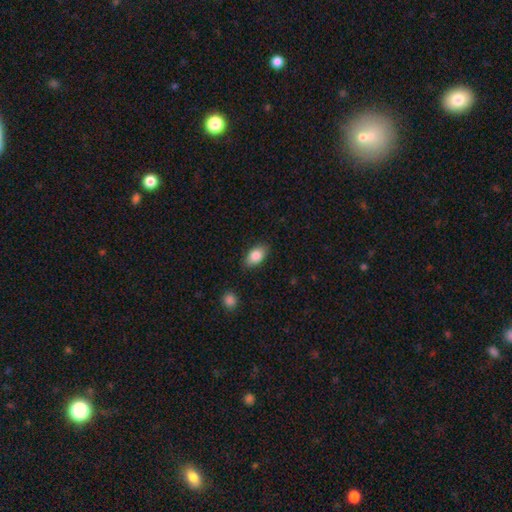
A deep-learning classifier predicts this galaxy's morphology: Q: Smooth or featured?
A: smooth (85%); runner-up: featured or disk (8%)
Q: How rounded?
A: in between (90%); runner-up: round (7%)
Q: Merging?
A: none (84%); runner-up: minor disturbance (12%)